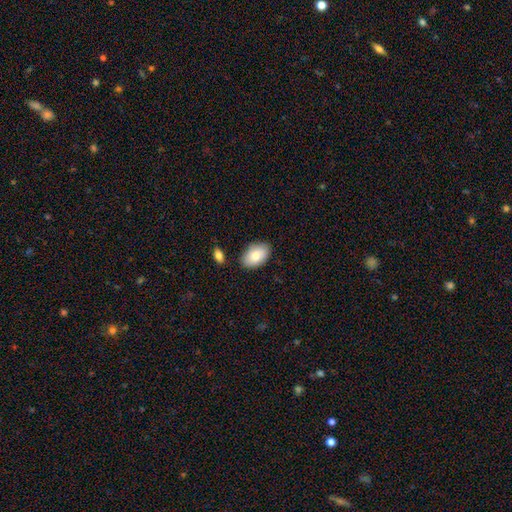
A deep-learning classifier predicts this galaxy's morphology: A smooth galaxy with no disk features (82%) that is in between round and cigar-shaped (92%). Merging: none (83%).